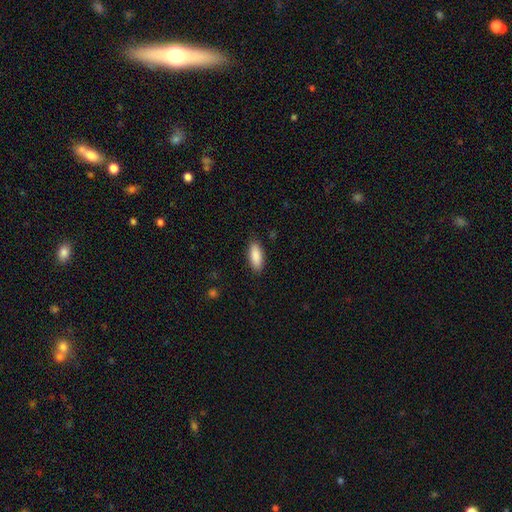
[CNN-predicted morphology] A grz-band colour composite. It shows a smooth galaxy with no disk features (89%) that is in between round and cigar-shaped (79%). Merging: none (87%).